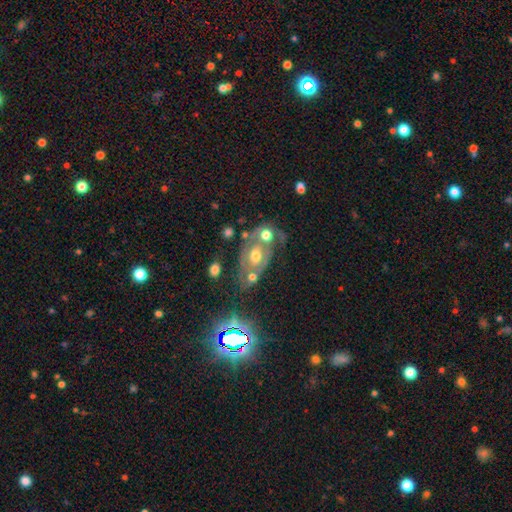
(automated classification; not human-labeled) featured or disk 60%, smooth 24%, star or artifact 16%. Down the decision tree: edge-on disk — no (93%); bar — no (79%); spiral arms — no (56%); bulge size — moderate (68%); merging — none (46%).